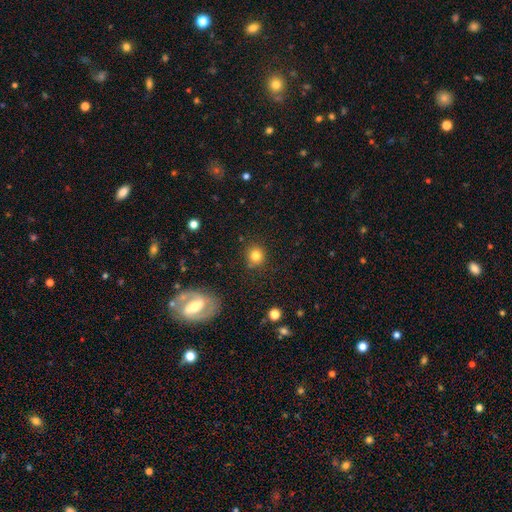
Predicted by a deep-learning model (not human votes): Smooth or featured: smooth — 81% (star or artifact — 12%)
How rounded: round — 88% (in between — 11%)
Merging: none — 84% (minor disturbance — 10%)